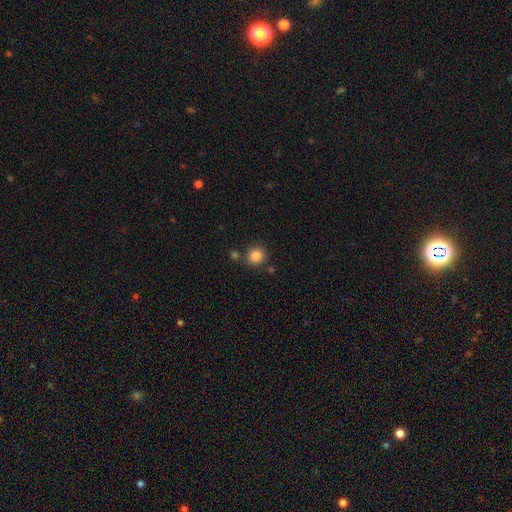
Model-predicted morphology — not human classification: Overall: smooth (86%). How rounded: round (87%). Merging: none (79%).